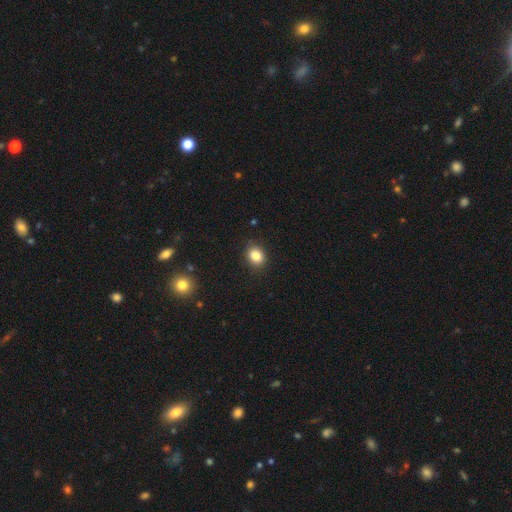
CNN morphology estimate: Q: Smooth or featured?
A: smooth (85%); runner-up: star or artifact (10%)
Q: How rounded?
A: round (53%); runner-up: in between (46%)
Q: Merging?
A: none (87%); runner-up: minor disturbance (10%)